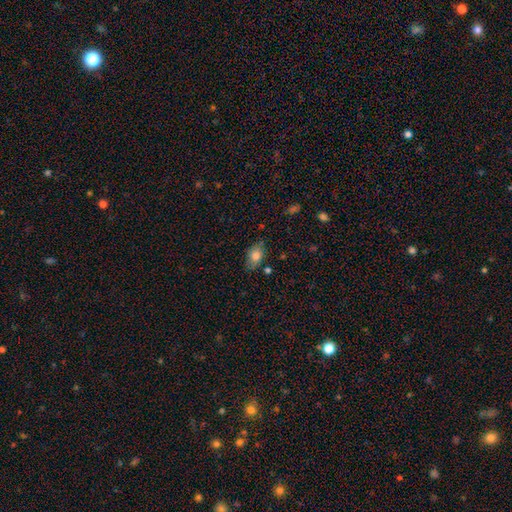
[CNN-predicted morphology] Q: Smooth or featured?
A: smooth (81%); runner-up: featured or disk (10%)
Q: How rounded?
A: in between (85%); runner-up: round (13%)
Q: Merging?
A: none (72%); runner-up: minor disturbance (21%)